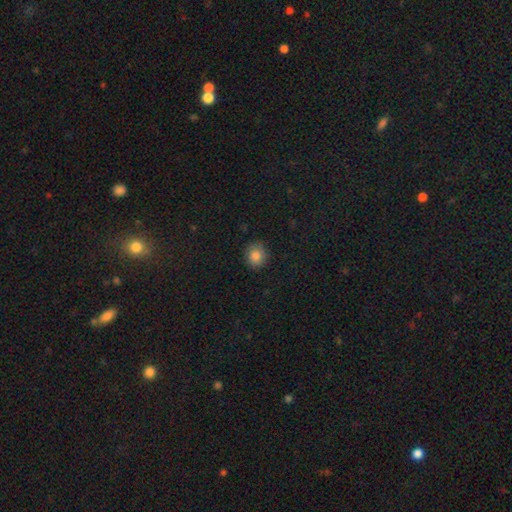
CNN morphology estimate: smooth 84%, star or artifact 10%, featured or disk 6%. Down the decision tree: how rounded — round (83%); merging — none (87%).